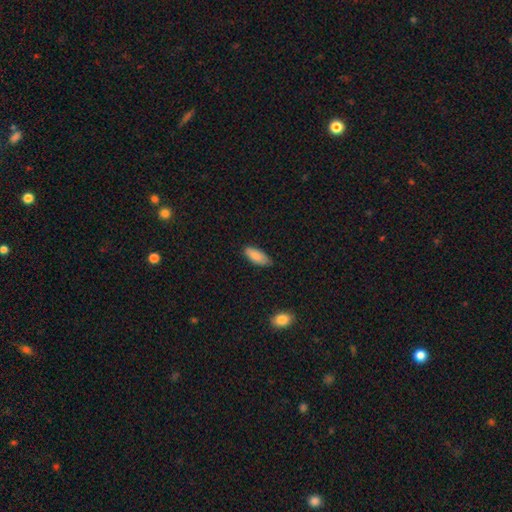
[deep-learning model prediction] Morphology: type=smooth (87%); roundness=in between (80%); merging=none (79%).